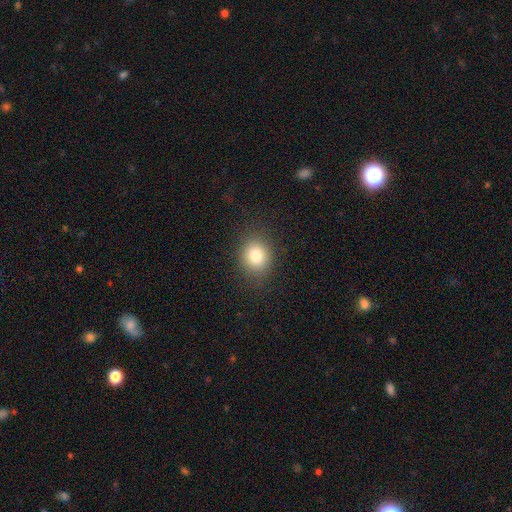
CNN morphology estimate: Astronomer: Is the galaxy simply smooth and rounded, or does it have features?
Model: smooth — 80%.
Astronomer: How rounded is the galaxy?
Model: round — 74%.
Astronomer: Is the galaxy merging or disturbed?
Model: none — 87%.